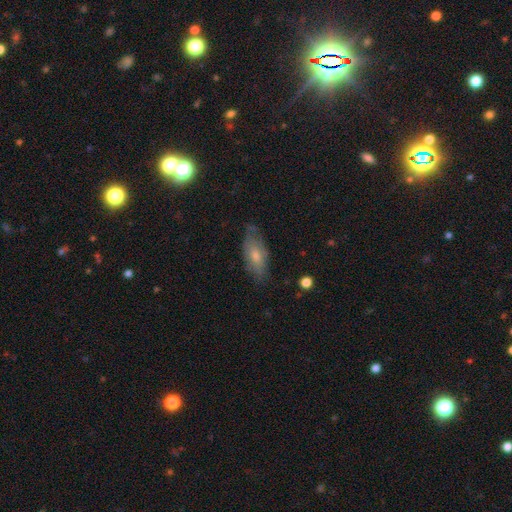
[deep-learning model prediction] Morphology: type=smooth (62%); roundness=in between (83%); merging=none (64%).